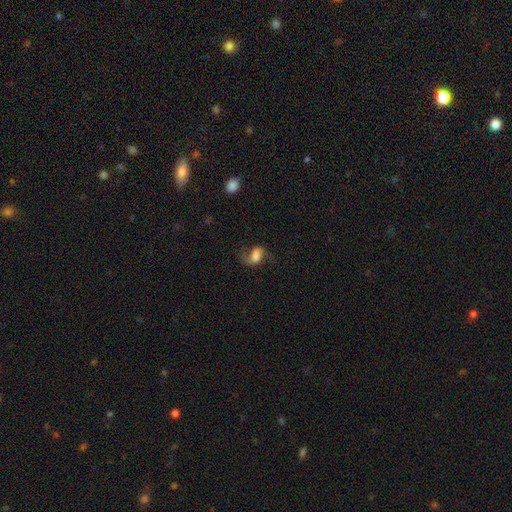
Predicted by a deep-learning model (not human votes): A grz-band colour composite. It shows a featured or disk galaxy (48%). Merging: none (56%).